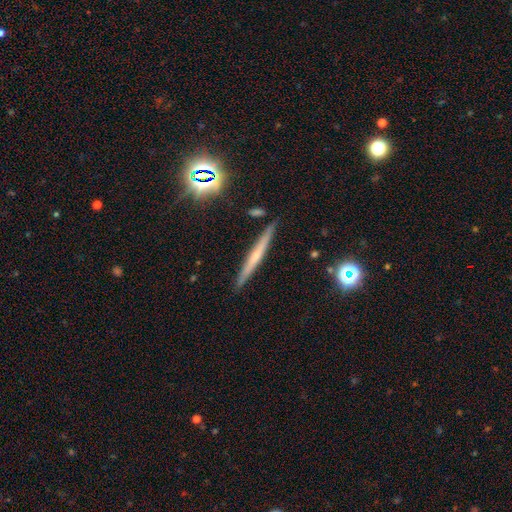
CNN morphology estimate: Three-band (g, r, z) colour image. It shows a featured or disk galaxy (57%) viewed edge-on (97%) with no central bulge (48%). Merging: none (90%).